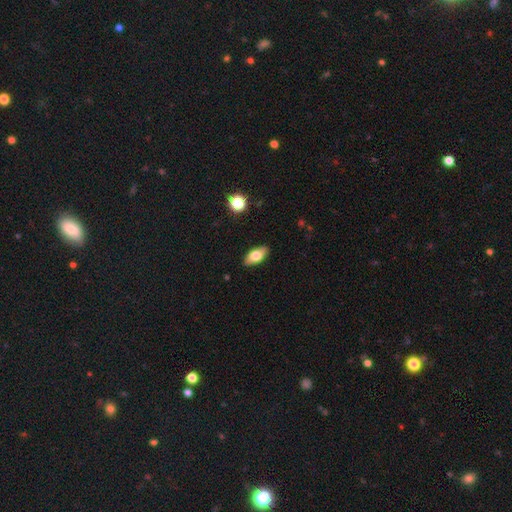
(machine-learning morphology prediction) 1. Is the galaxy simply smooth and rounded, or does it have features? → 70% smooth, 22% featured or disk, 7% star or artifact.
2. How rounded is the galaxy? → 88% in between, 8% cigar-shaped, 4% round.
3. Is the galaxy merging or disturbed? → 87% none, 10% minor disturbance, 2% major disturbance, 1% merger.